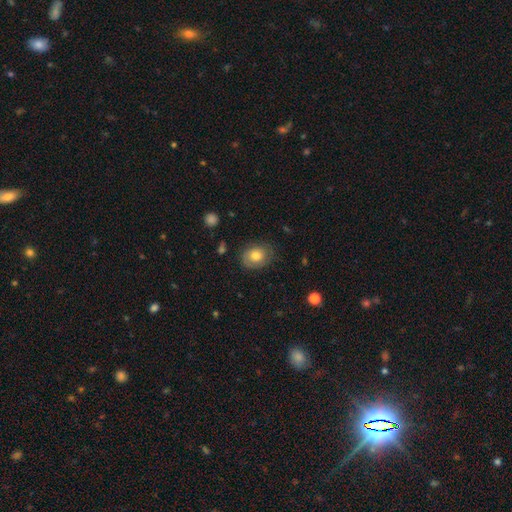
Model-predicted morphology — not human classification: type=smooth (55%); roundness=in between (54%); merging=none (75%).